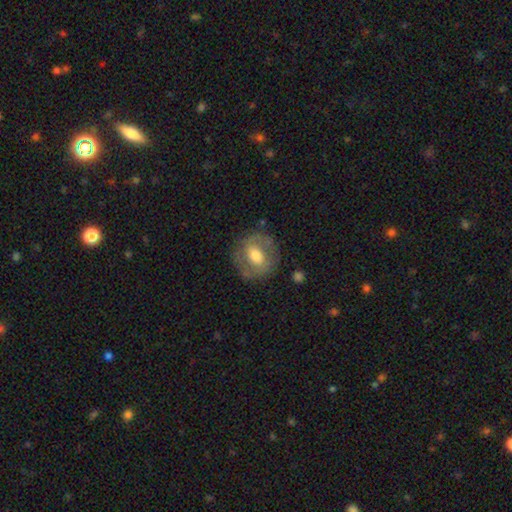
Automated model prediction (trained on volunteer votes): This appears to be a smooth galaxy with no disk features (47%). Merging: none (76%).